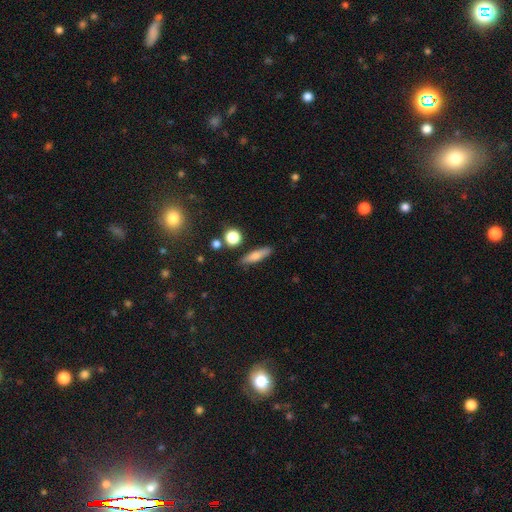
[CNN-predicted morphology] The model was most divided on "how rounded": cigar-shaped: 66%, in between: 29%, round: 5%. More confident: merging — none (83%); smooth or featured — smooth (70%).